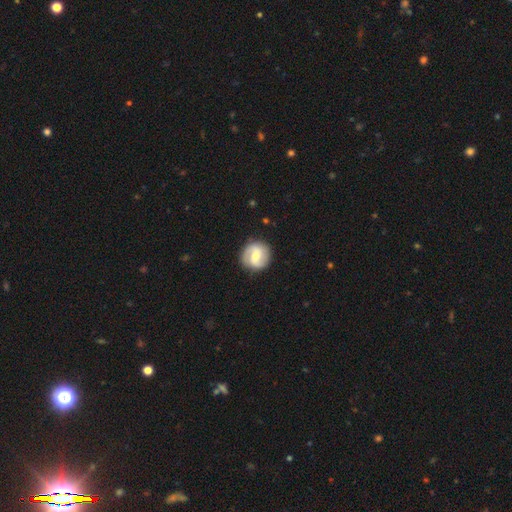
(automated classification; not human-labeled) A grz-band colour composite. It shows a featured or disk galaxy (66%) with a weak bar (52%), 2 (85%) medium (42%) spiral arms (89%) and a moderate central bulge (51%). Merging: none (84%).